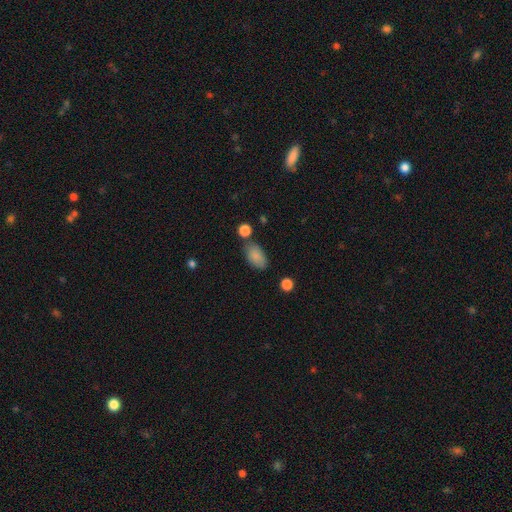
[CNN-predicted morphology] Smooth or featured?
  - smooth: 87% *
  - star or artifact: 7%
  - featured or disk: 6%
How rounded?
  - in between: 93% *
  - round: 4%
  - cigar-shaped: 3%
Merging?
  - none: 71% *
  - minor disturbance: 17%
  - merger: 8%
  - major disturbance: 4%